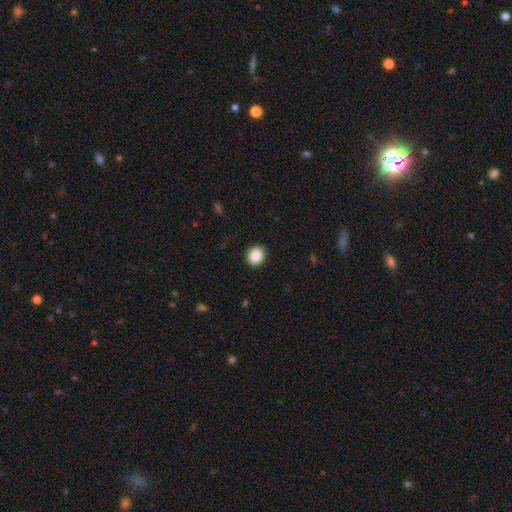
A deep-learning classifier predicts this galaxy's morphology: A smooth galaxy with no disk features (89%) that is round (65%). Merging: none (90%).